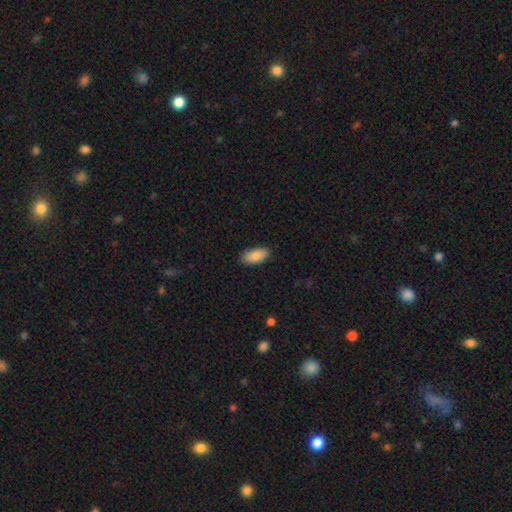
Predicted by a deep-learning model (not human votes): smooth-or-featured: smooth: 89% | star or artifact: 6% | featured or disk: 5%
  how-rounded: in between: 90% | cigar-shaped: 8% | round: 2%
  merging: none: 89% | minor disturbance: 9% | major disturbance: 2% | merger: 1%